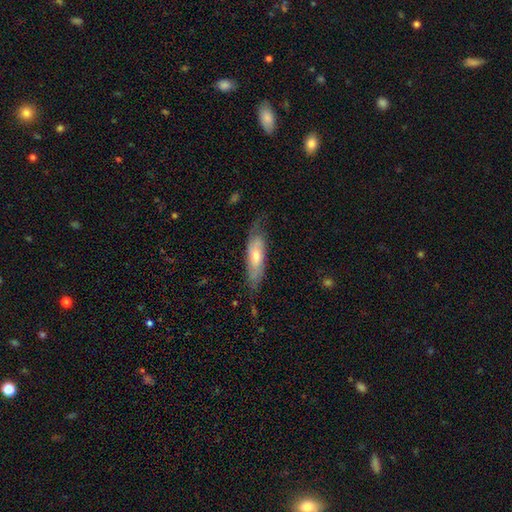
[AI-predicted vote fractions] Morphology: type=featured or disk (52%); edge-on=no (61%); merging=none (66%).